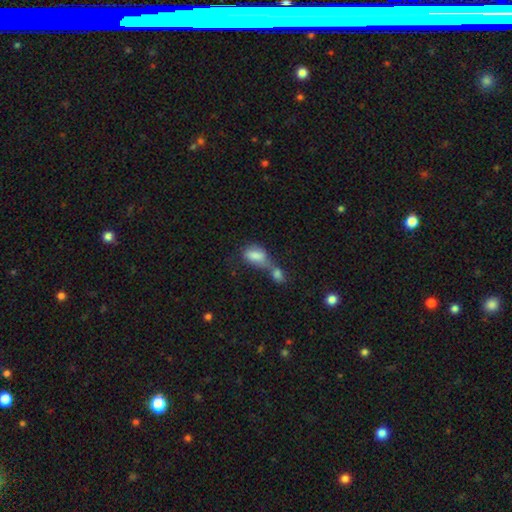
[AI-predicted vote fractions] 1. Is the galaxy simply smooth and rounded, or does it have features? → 77% smooth, 15% featured or disk, 8% star or artifact.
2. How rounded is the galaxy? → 85% in between, 11% round, 5% cigar-shaped.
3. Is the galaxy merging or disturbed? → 68% merger, 14% none, 9% major disturbance, 9% minor disturbance.